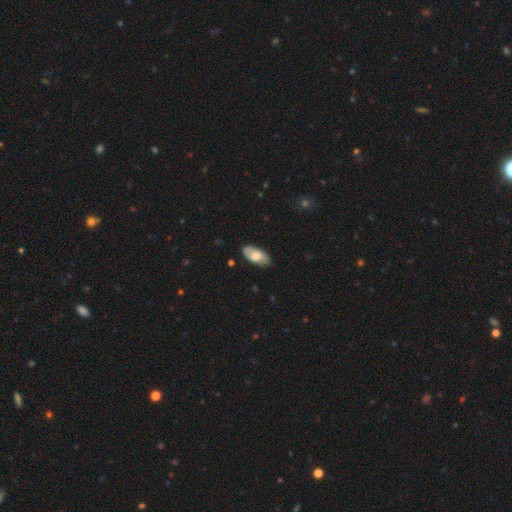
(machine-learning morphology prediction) Q: Smooth or featured?
A: smooth (62%); runner-up: featured or disk (32%)
Q: How rounded?
A: in between (92%); runner-up: cigar-shaped (6%)
Q: Merging?
A: none (82%); runner-up: minor disturbance (14%)